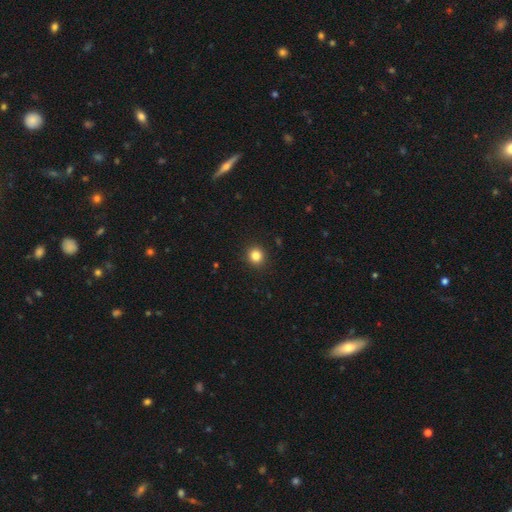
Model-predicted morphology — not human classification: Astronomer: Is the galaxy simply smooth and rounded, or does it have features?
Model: smooth — 84%.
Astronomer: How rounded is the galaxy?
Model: round — 91%.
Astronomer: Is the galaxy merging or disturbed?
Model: none — 92%.